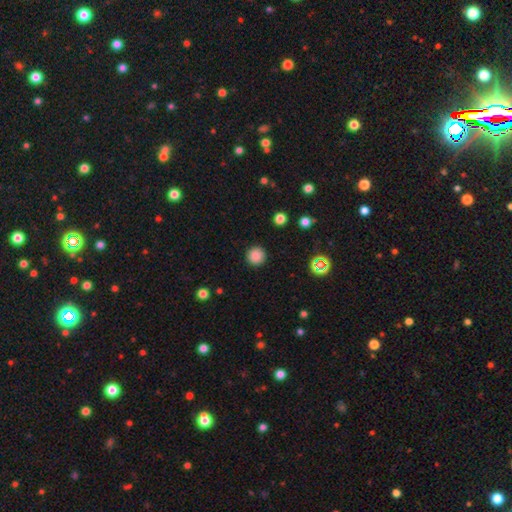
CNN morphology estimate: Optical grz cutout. It shows a smooth galaxy with no disk features (85%) that is round (95%). Merging: none (92%).